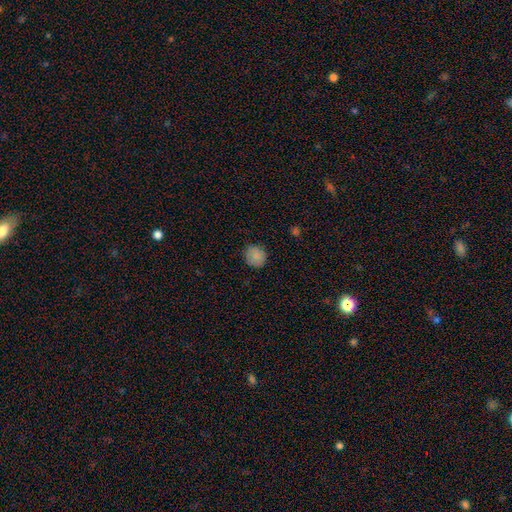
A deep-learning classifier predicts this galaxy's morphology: Overall: smooth (85%). How rounded: round (82%). Merging: none (84%).